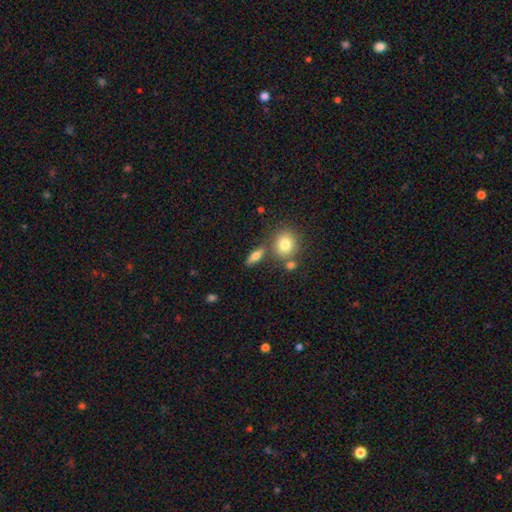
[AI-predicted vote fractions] Smooth or featured?
  - smooth: 66% *
  - featured or disk: 24%
  - star or artifact: 10%
How rounded?
  - in between: 53% *
  - cigar-shaped: 30%
  - round: 17%
Merging?
  - none: 73% *
  - minor disturbance: 12%
  - merger: 11%
  - major disturbance: 4%